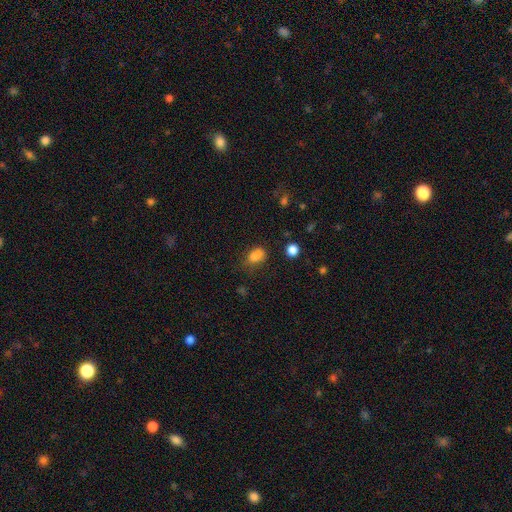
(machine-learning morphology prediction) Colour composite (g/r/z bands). It shows a smooth galaxy with no disk features (82%) that is in between round and cigar-shaped (79%). Merging: none (57%).